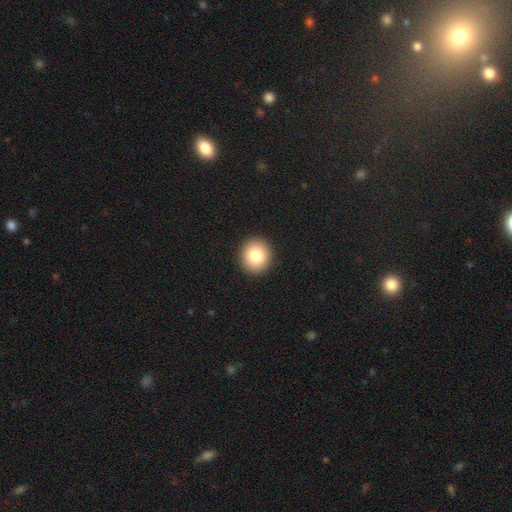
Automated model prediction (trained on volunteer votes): A smooth galaxy with no disk features (81%) that is round (87%). Merging: none (93%).